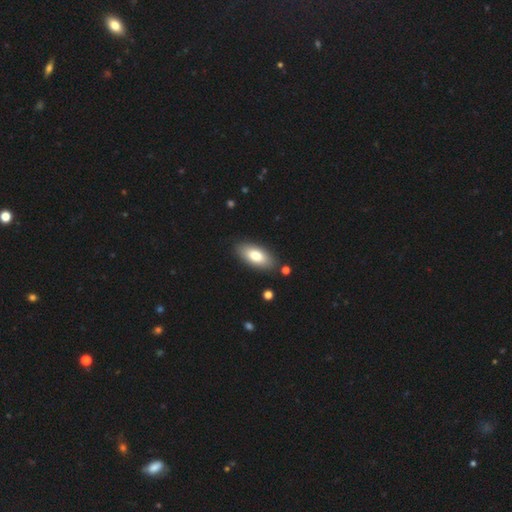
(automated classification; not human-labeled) This appears to be a smooth galaxy with no disk features (77%) that is in between round and cigar-shaped (89%). Merging: none (86%).